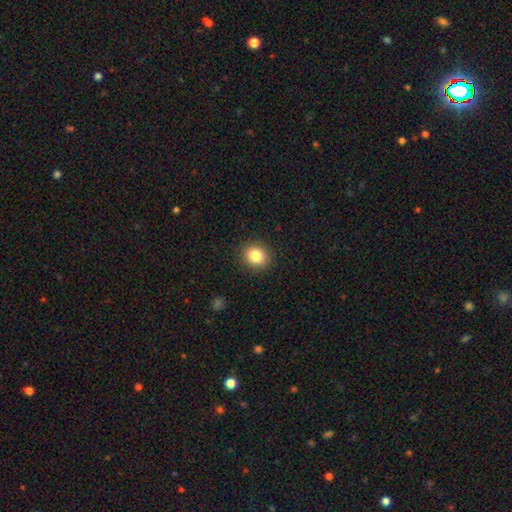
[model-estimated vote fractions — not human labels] A smooth galaxy with no disk features (84%) that is round (69%). Merging: none (90%).